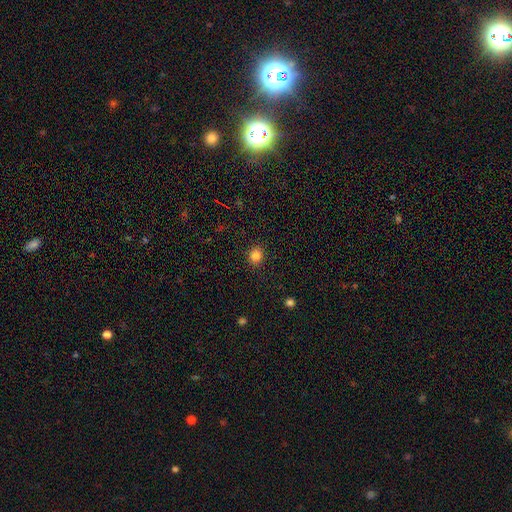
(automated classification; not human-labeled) smooth 84%, star or artifact 12%, featured or disk 4%. Down the decision tree: how rounded — round (79%); merging — none (90%).